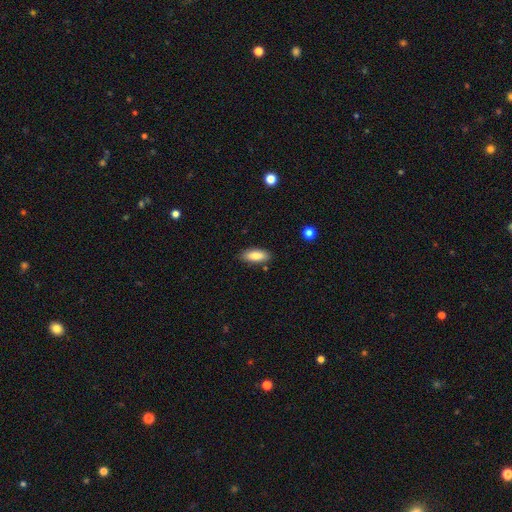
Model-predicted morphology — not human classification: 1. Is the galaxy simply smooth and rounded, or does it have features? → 84% smooth, 10% featured or disk, 6% star or artifact.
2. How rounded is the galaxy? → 79% in between, 19% cigar-shaped, 2% round.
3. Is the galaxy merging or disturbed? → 85% none, 11% minor disturbance, 2% major disturbance, 2% merger.